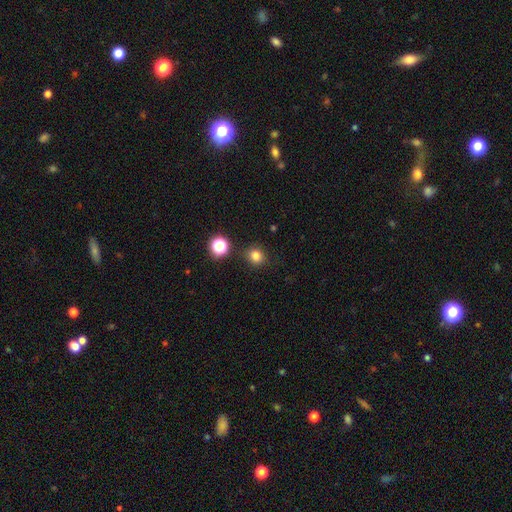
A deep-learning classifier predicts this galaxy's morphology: Smooth or featured? Predicted: smooth (p=0.80). How rounded? Predicted: round (p=0.82). Merging? Predicted: none (p=0.87).